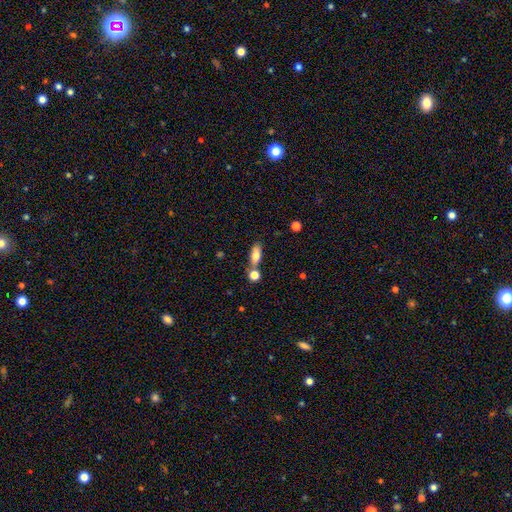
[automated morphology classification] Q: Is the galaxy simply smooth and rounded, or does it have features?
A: smooth — 77%.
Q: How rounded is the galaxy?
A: in between — 72%.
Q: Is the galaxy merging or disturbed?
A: none — 59%.